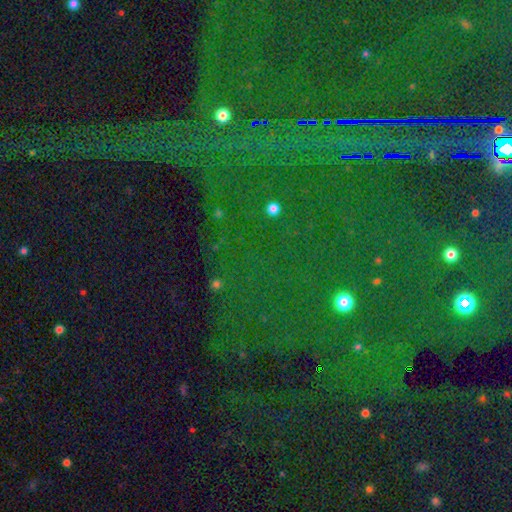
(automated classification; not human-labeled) Smooth or featured?
  - star or artifact: 85% *
  - smooth: 8%
  - featured or disk: 7%